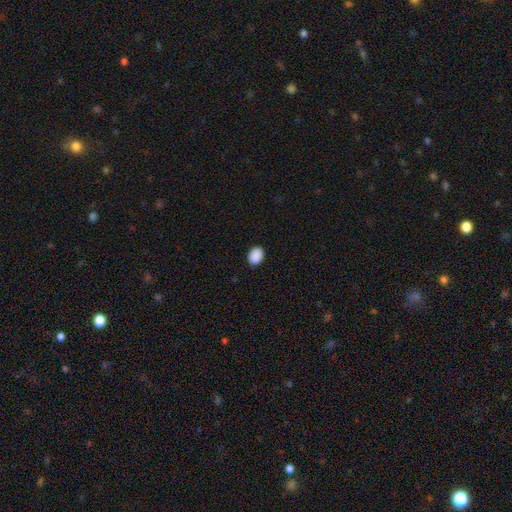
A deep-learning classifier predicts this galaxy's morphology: Smooth or featured? smooth (91%)
How rounded? in between (68%)
Merging? none (91%)